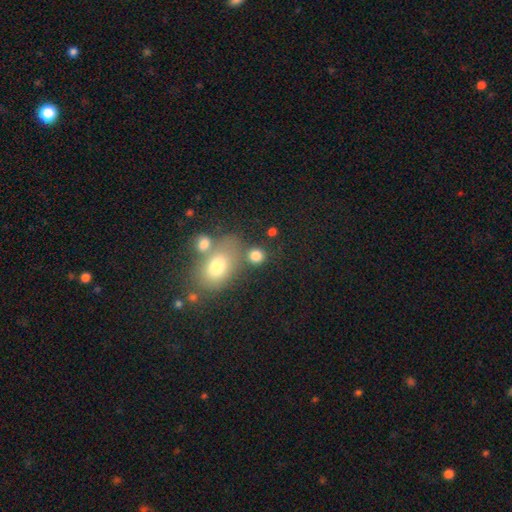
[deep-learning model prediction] Smooth or featured: smooth — 80% (star or artifact — 12%)
How rounded: round — 76% (in between — 22%)
Merging: none — 63% (merger — 20%)